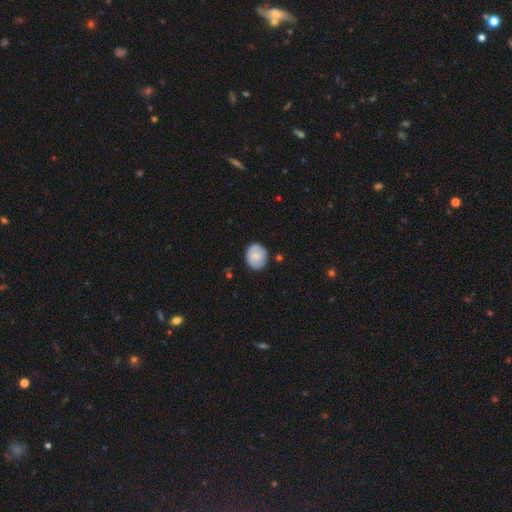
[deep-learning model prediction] The model was most divided on "how rounded": round: 67%, in between: 32%, cigar-shaped: 1%. More confident: merging — none (81%); smooth or featured — smooth (76%).